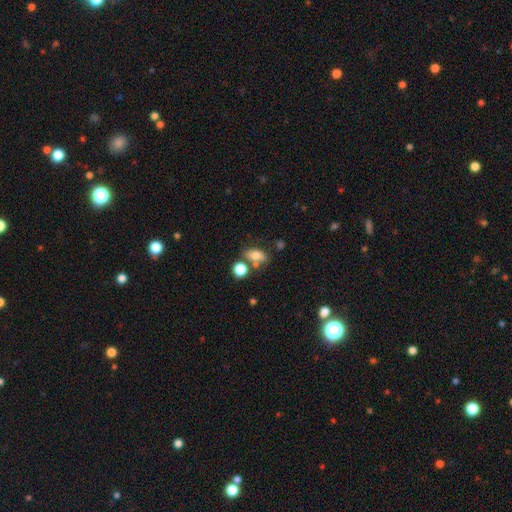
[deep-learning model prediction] This appears to be a smooth galaxy with no disk features (72%) that is in between round and cigar-shaped (78%). Merging: none (59%).